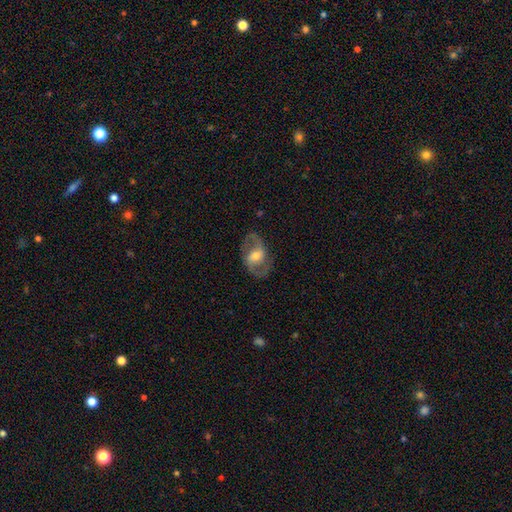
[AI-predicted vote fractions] This is likely a featured or disk galaxy (78%). It is clearly not viewed edge-on (96%). Bar: possibly weak (46%). Spiral arm pattern: clearly yes (87%). Spiral arm count: clearly 2 (90%). Spiral winding: possibly medium (52%). Central bulge: possibly moderate (58%). Merging: likely none (79%).